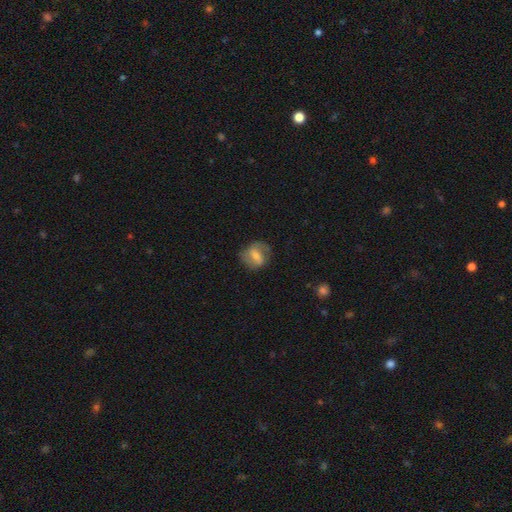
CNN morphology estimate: Smooth or featured? Predicted: smooth (p=0.47). Merging? Predicted: none (p=0.69).